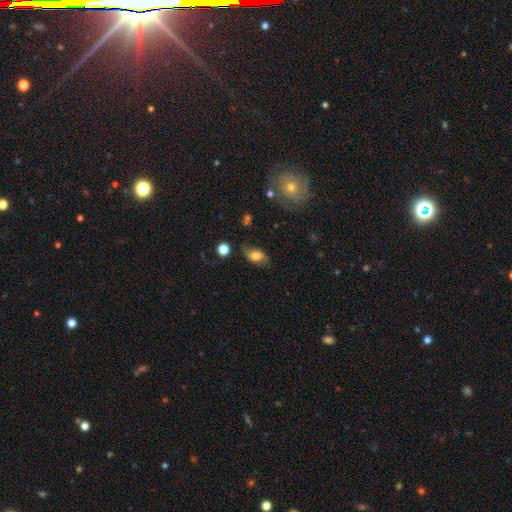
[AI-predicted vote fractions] Q: Smooth or featured?
A: smooth (63%); runner-up: featured or disk (27%)
Q: How rounded?
A: in between (84%); runner-up: round (13%)
Q: Merging?
A: none (67%); runner-up: minor disturbance (23%)